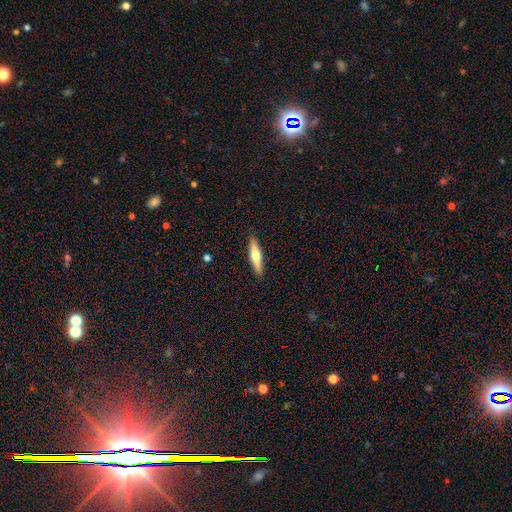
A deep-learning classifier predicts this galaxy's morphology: The model was most divided on "smooth or featured": featured or disk: 53%, smooth: 42%, star or artifact: 5%. More confident: edge-on disk — yes (95%); edge-on bulge — rounded (92%); merging — none (91%).